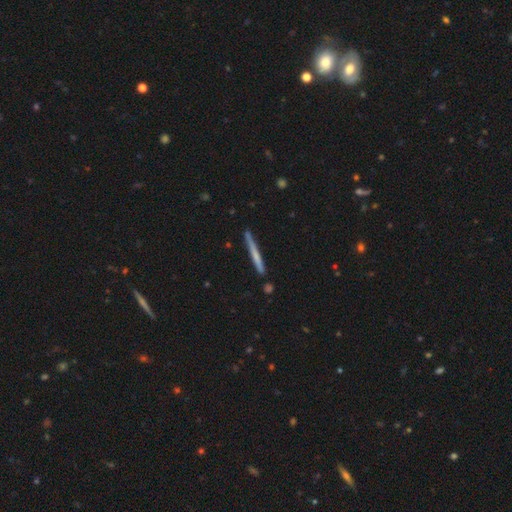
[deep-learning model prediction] smooth 52%, featured or disk 42%, star or artifact 6%. Down the decision tree: how rounded — cigar-shaped (97%); merging — none (85%).